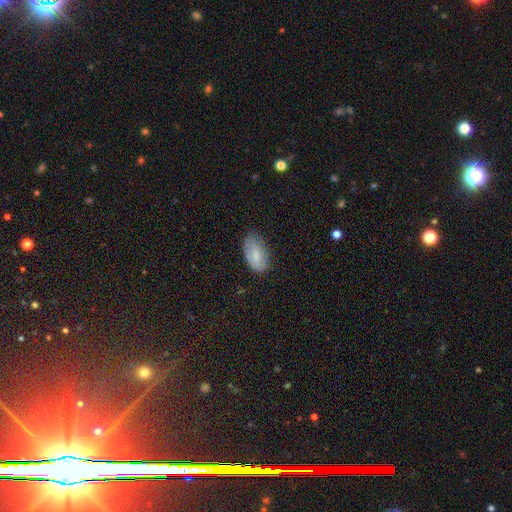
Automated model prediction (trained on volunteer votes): smooth_or_featured: smooth (p=0.77) [alt: featured or disk p=0.16]
how_rounded: in between (p=0.94) [alt: cigar-shaped p=0.03]
merging: none (p=0.66) [alt: minor disturbance p=0.27]